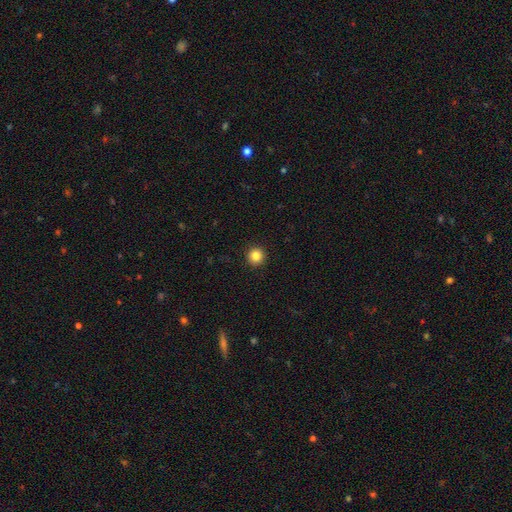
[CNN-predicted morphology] smooth_or_featured: smooth (p=0.85) [alt: star or artifact p=0.11]
how_rounded: round (p=0.95) [alt: in between p=0.04]
merging: none (p=0.93) [alt: minor disturbance p=0.04]